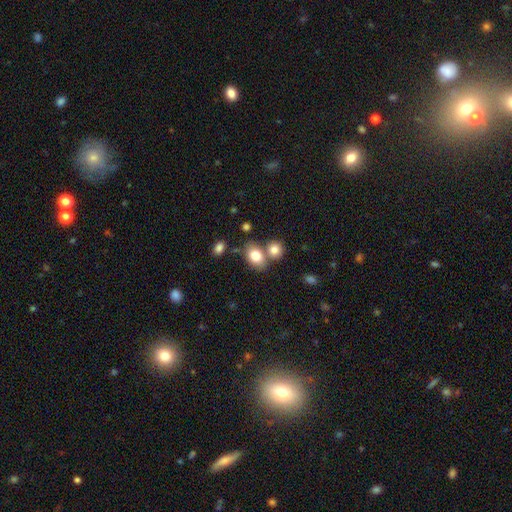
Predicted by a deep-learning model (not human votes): Q: Smooth or featured?
A: smooth (80%); runner-up: featured or disk (11%)
Q: How rounded?
A: in between (72%); runner-up: round (27%)
Q: Merging?
A: none (53%); runner-up: merger (32%)